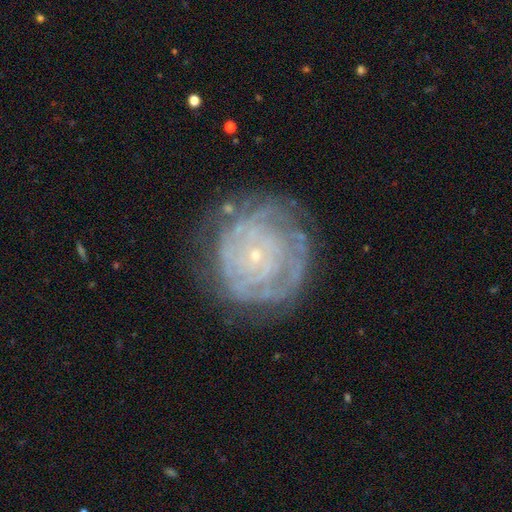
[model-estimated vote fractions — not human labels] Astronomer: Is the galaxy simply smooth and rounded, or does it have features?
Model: featured or disk — 78%.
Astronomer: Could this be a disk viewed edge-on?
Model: no — 97%.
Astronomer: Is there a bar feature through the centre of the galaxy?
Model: no — 84%.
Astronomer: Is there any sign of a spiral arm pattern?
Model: yes — 85%.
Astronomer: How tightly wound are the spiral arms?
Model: tight — 82%.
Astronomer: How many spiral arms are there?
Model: can't tell — 48%.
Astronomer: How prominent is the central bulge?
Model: small — 89%.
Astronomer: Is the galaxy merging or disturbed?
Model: none — 71%.